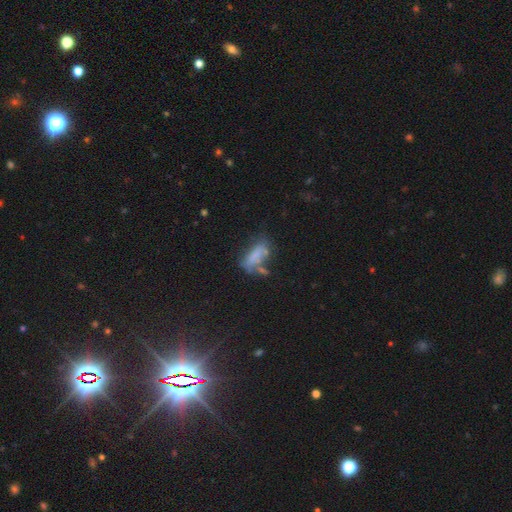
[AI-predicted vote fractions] A smooth galaxy with no disk features (61%) that is in between round and cigar-shaped (71%). Merging: none (34%).